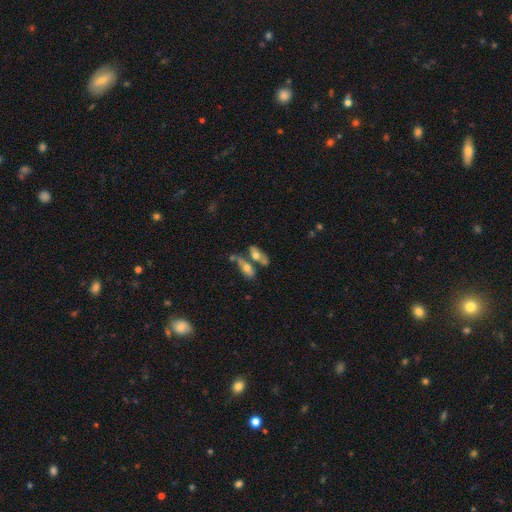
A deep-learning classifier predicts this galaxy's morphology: Q: Smooth or featured?
A: smooth (37%); runner-up: star or artifact (36%)
Q: Merging?
A: none (53%); runner-up: merger (26%)